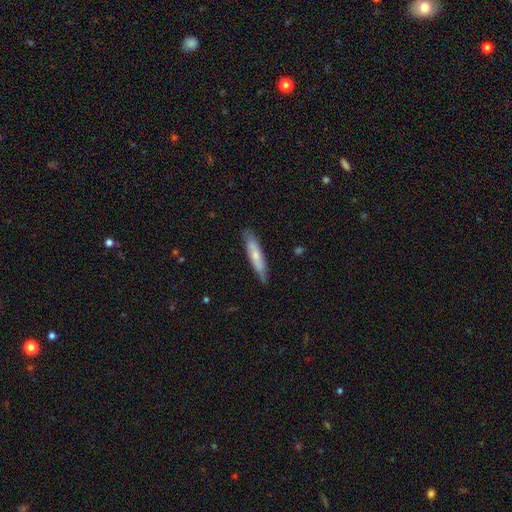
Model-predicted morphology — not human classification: Q: Smooth or featured?
A: smooth (61%); runner-up: featured or disk (34%)
Q: How rounded?
A: cigar-shaped (83%); runner-up: in between (15%)
Q: Merging?
A: none (82%); runner-up: minor disturbance (14%)